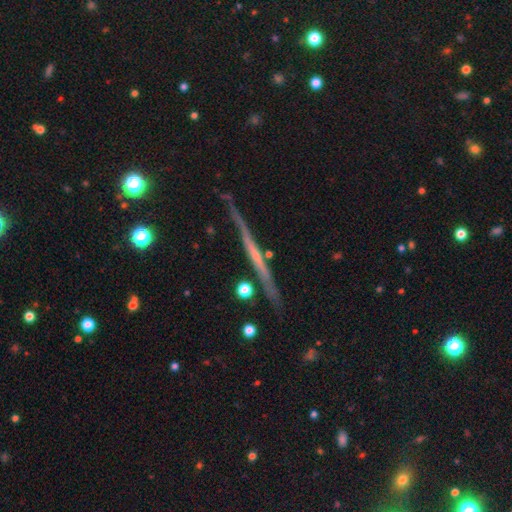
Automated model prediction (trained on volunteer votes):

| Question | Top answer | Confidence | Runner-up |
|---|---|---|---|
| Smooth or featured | featured or disk | 72% | smooth (21%) |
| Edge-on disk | yes | 97% | no (3%) |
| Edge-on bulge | none | 68% | rounded (26%) |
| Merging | none | 82% | minor disturbance (13%) |